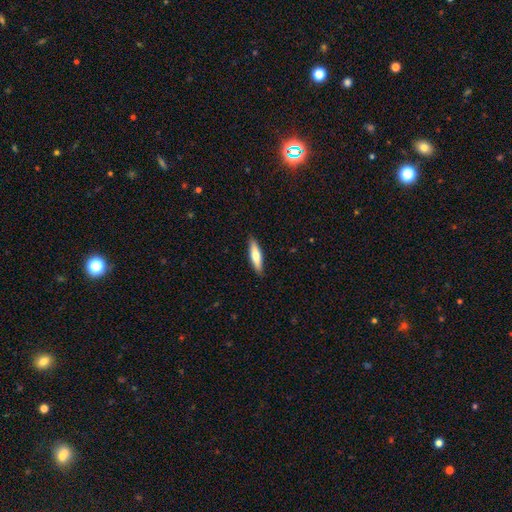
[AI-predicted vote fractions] This is likely a smooth galaxy (66%). How rounded: likely cigar-shaped (72%). Merging: clearly none (90%).